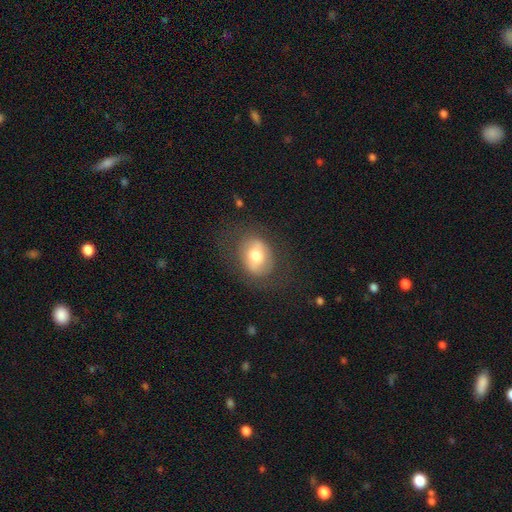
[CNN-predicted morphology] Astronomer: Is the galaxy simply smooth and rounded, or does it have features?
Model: smooth — 61%.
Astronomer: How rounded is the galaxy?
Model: in between — 62%.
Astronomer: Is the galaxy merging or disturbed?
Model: none — 73%.